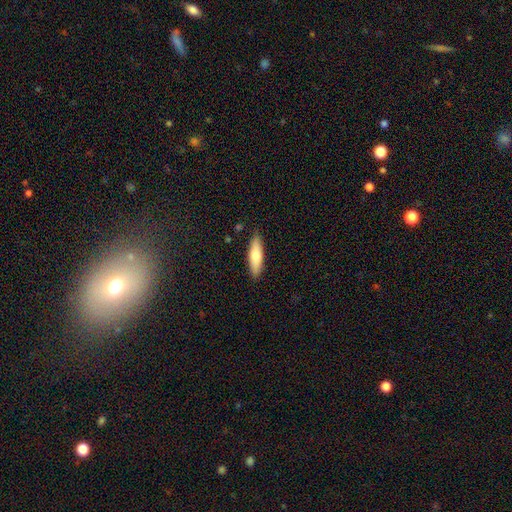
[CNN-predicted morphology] Smooth or featured? smooth (71%)
How rounded? cigar-shaped (57%)
Merging? none (88%)